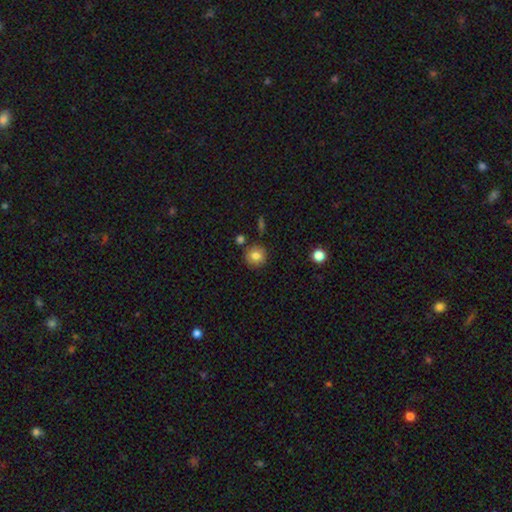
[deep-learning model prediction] A smooth galaxy with no disk features (81%) that is round (90%). Merging: none (82%).